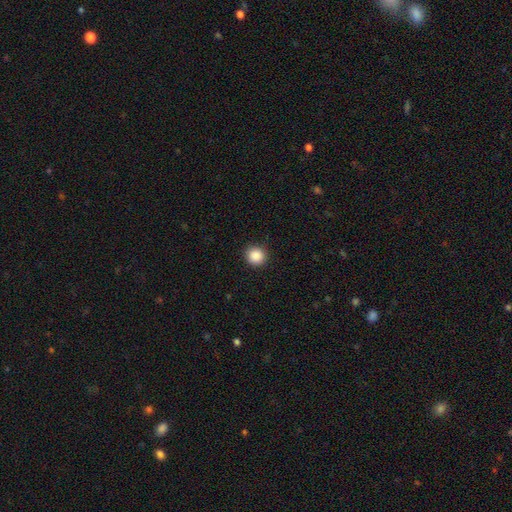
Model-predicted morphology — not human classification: smooth 88%, star or artifact 10%, featured or disk 3%. Down the decision tree: how rounded — round (94%); merging — none (91%).